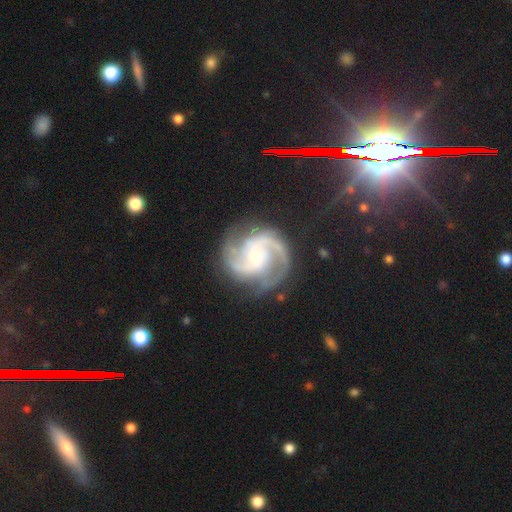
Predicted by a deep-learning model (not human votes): Smooth or featured? Predicted: featured or disk (p=0.92). Edge-on disk? Predicted: no (p=0.98). Bar? Predicted: no (p=0.51). Spiral arms? Predicted: yes (p=0.98). Spiral winding? Predicted: medium (p=0.58). Spiral arm count? Predicted: 2 (p=0.81). Bulge size? Predicted: small (p=0.49). Merging? Predicted: none (p=0.77).